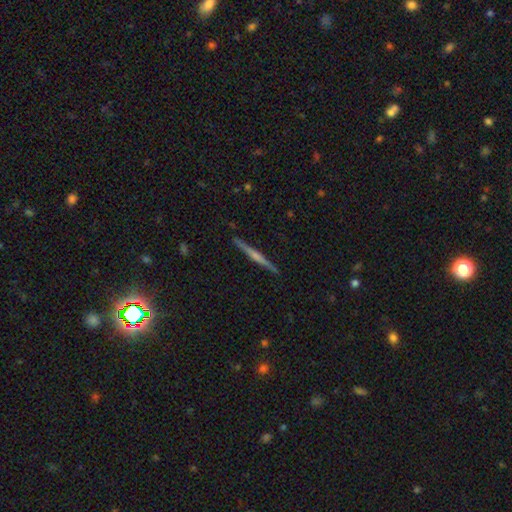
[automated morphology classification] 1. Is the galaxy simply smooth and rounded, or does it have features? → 64% featured or disk, 21% smooth, 15% star or artifact.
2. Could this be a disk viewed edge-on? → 96% yes, 4% no.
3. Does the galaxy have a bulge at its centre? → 65% rounded, 25% none, 10% boxy.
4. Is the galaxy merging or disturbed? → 90% none, 7% minor disturbance, 2% major disturbance, 2% merger.